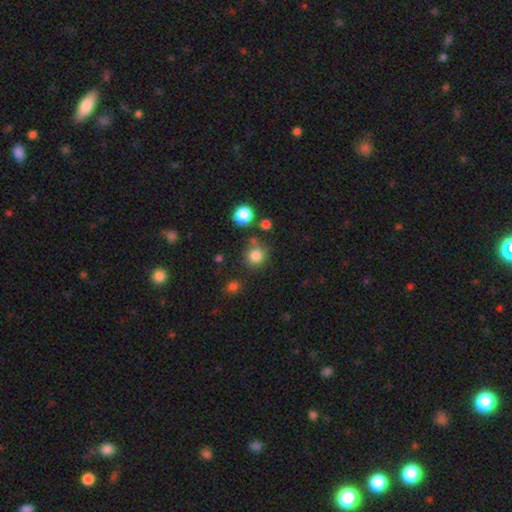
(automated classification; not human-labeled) This appears to be a smooth galaxy with no disk features (83%) that is round (91%). Merging: none (77%).